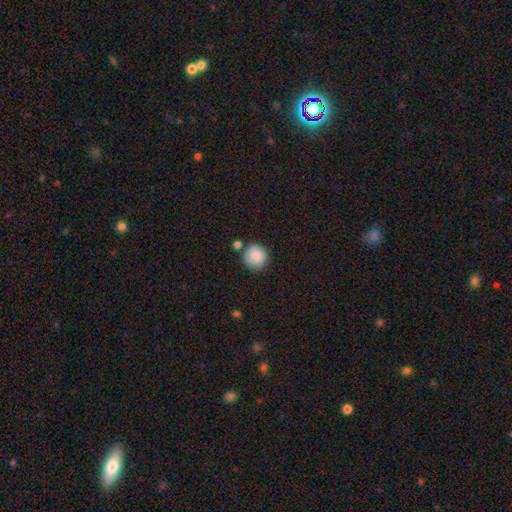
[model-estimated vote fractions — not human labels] Overall: smooth (87%). How rounded: round (90%). Merging: none (73%).